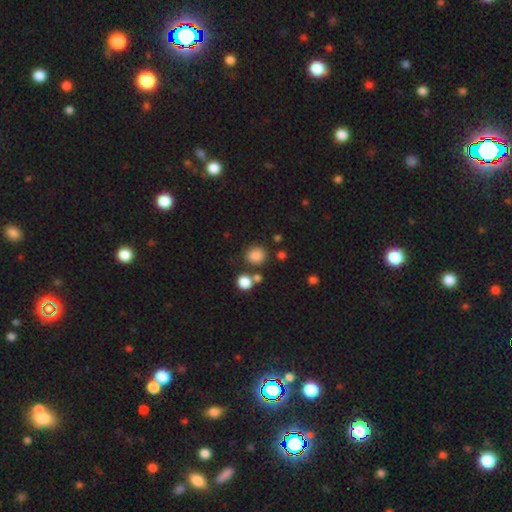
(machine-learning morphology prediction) Smooth or featured?
  - smooth: 82% *
  - star or artifact: 13%
  - featured or disk: 5%
How rounded?
  - round: 80% *
  - in between: 19%
  - cigar-shaped: 1%
Merging?
  - none: 75% *
  - merger: 11%
  - minor disturbance: 10%
  - major disturbance: 4%